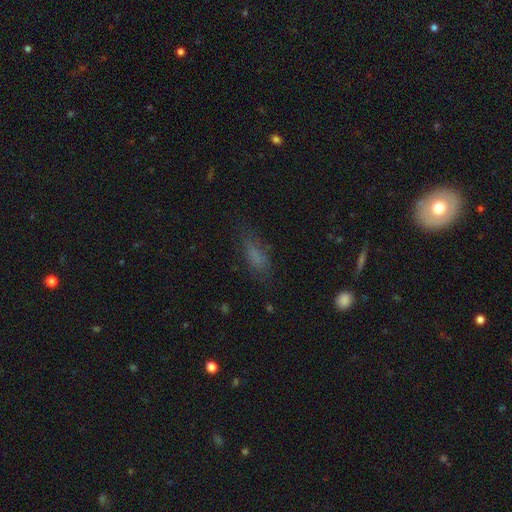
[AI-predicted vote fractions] Smooth or featured? smooth (68%)
How rounded? in between (59%)
Merging? none (65%)